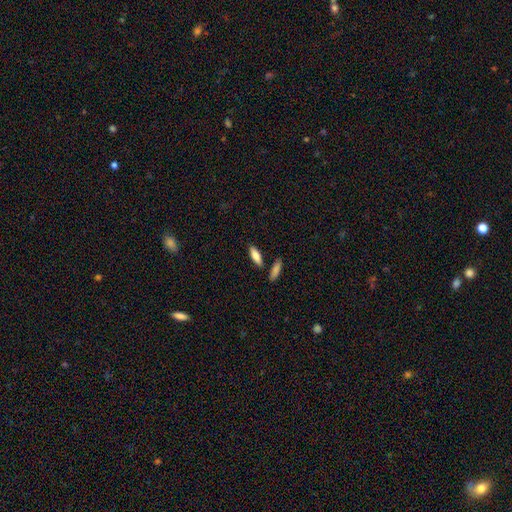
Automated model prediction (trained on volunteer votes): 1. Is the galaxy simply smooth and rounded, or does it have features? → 82% smooth, 12% featured or disk, 6% star or artifact.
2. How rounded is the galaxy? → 57% in between, 41% cigar-shaped, 2% round.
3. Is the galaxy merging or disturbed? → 80% none, 10% minor disturbance, 8% merger, 2% major disturbance.